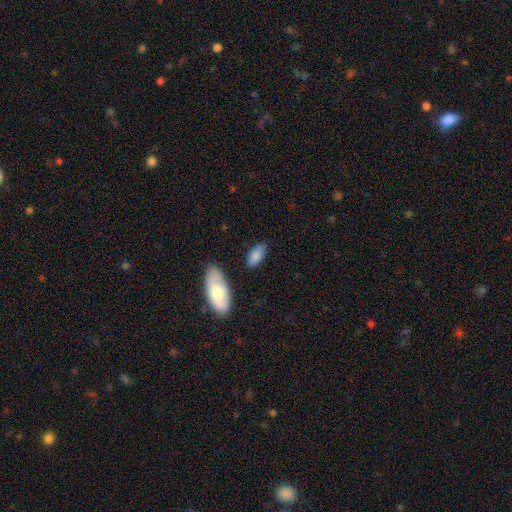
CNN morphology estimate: Smooth or featured? Predicted: smooth (p=0.83). How rounded? Predicted: in between (p=0.85). Merging? Predicted: none (p=0.76).